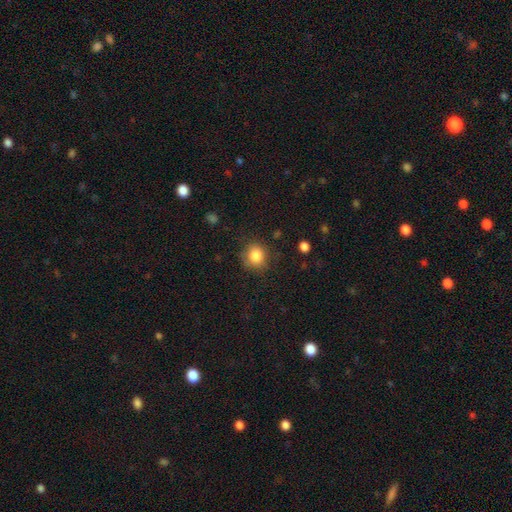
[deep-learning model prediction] The model was most divided on "how rounded": round: 77%, in between: 22%, cigar-shaped: 1%. More confident: smooth or featured — smooth (84%); merging — none (79%).